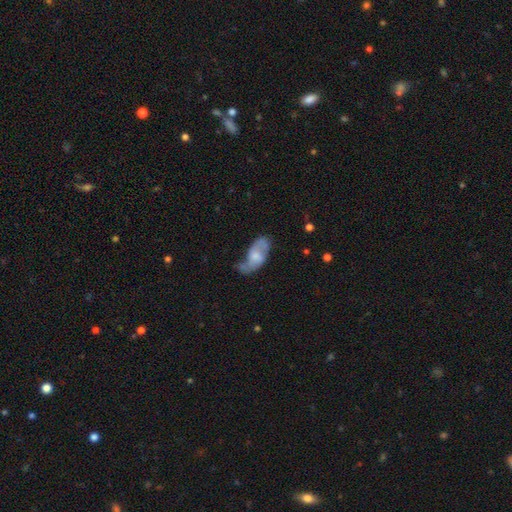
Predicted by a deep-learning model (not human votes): A featured or disk galaxy (50%).

Vote fractions:
- Smooth or featured? featured or disk: 50% / smooth: 43% / star or artifact: 7%
- Merging? none: 35% / minor disturbance: 31% / major disturbance: 26% / merger: 9%